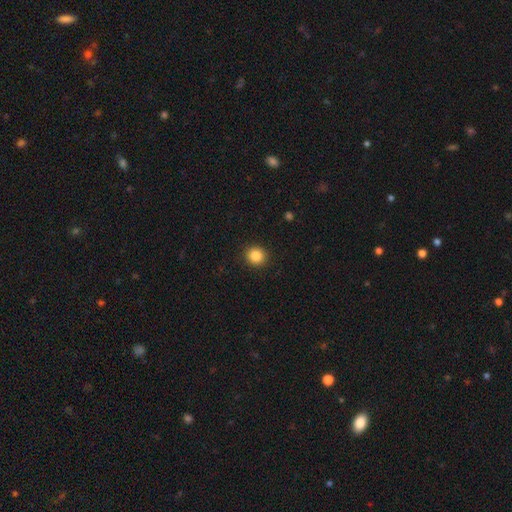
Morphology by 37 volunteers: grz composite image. It shows a smooth galaxy with no disk features (92%) that is round (100%). Merging: none (86%).